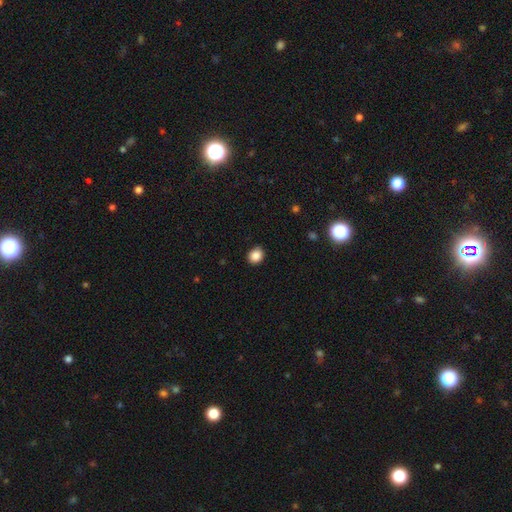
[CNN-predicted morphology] The model was most divided on "how rounded": round: 68%, in between: 31%, cigar-shaped: 1%. More confident: merging — none (88%); smooth or featured — smooth (86%).